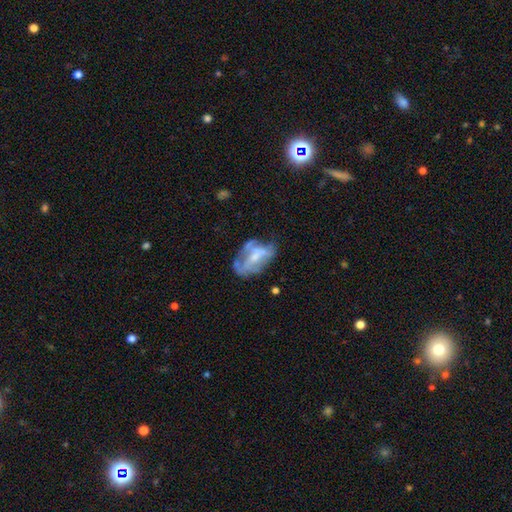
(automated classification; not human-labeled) Smooth or featured: featured or disk — 61% (smooth — 29%)
Edge-on disk: no — 95% (yes — 5%)
Bar: no — 56% (weak — 30%)
Spiral arms: no — 67% (yes — 33%)
Bulge size: small — 37% (moderate — 34%)
Merging: none — 40% (major disturbance — 28%)